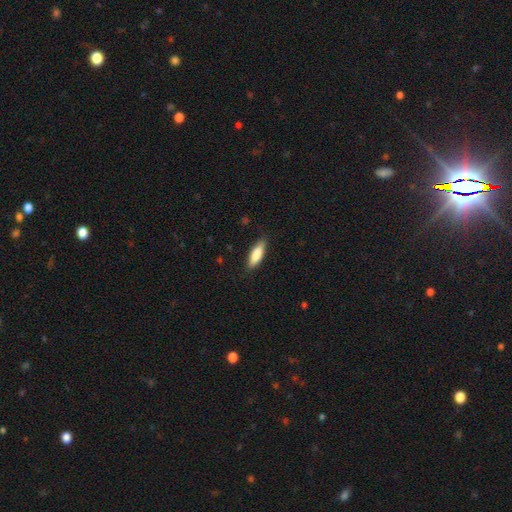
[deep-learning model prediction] This is clearly a smooth galaxy (82%). How rounded: possibly in between (52%). Merging: clearly none (85%).